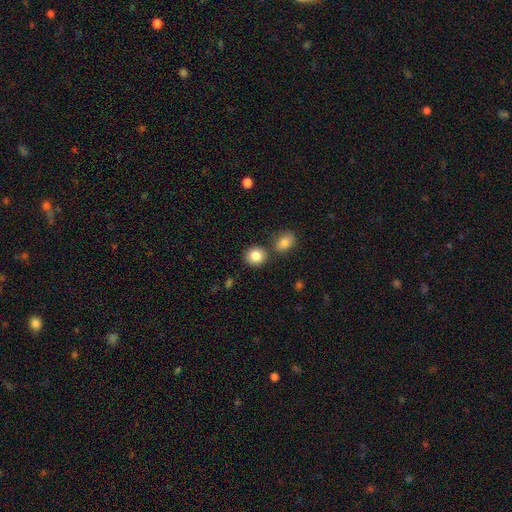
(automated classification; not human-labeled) Q: Smooth or featured?
A: smooth (85%); runner-up: star or artifact (9%)
Q: How rounded?
A: round (77%); runner-up: in between (22%)
Q: Merging?
A: none (75%); runner-up: merger (13%)